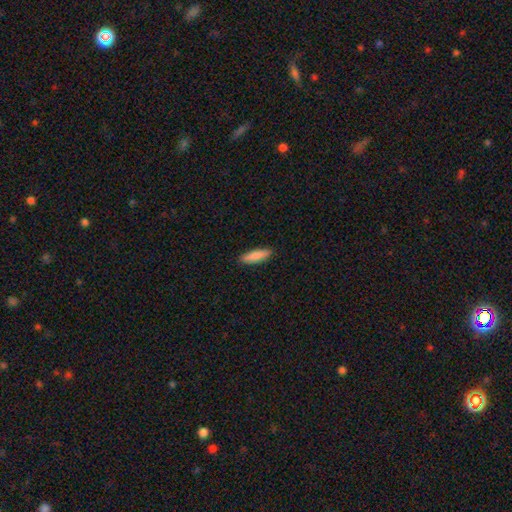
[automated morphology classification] Smooth or featured: smooth — 87% (featured or disk — 8%)
How rounded: cigar-shaped — 68% (in between — 30%)
Merging: none — 90% (minor disturbance — 7%)